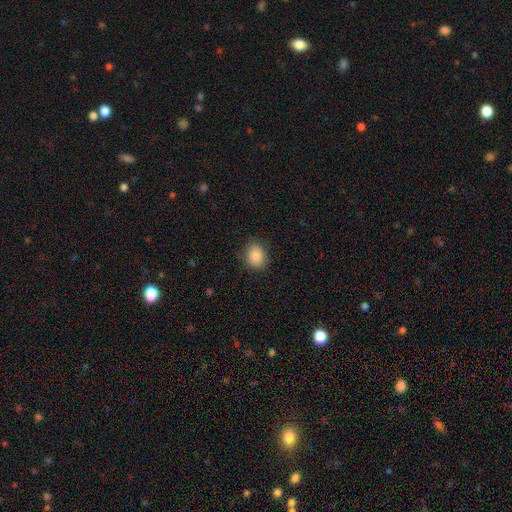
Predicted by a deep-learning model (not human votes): Q: Smooth or featured?
A: smooth (87%); runner-up: star or artifact (8%)
Q: How rounded?
A: in between (51%); runner-up: round (48%)
Q: Merging?
A: none (84%); runner-up: minor disturbance (12%)